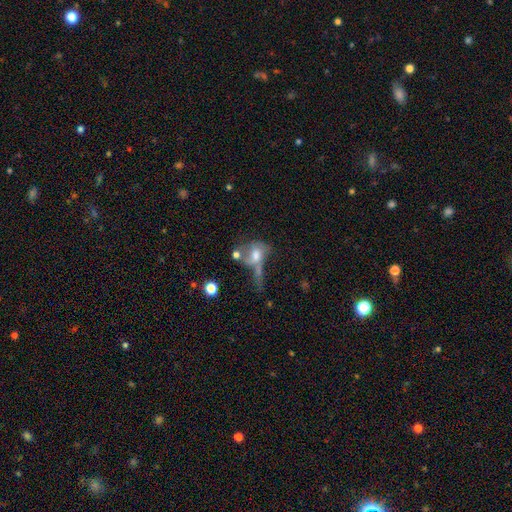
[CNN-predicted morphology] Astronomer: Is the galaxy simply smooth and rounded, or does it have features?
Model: smooth — 46% (runner-up: featured or disk, 42%).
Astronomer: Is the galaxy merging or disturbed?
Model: major disturbance — 35% (runner-up: merger, 32%).